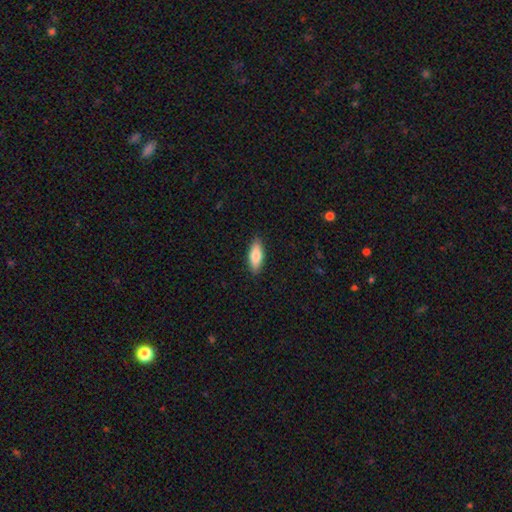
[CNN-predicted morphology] This appears to be a smooth galaxy with no disk features (81%) that is in between round and cigar-shaped (70%). Merging: none (89%).